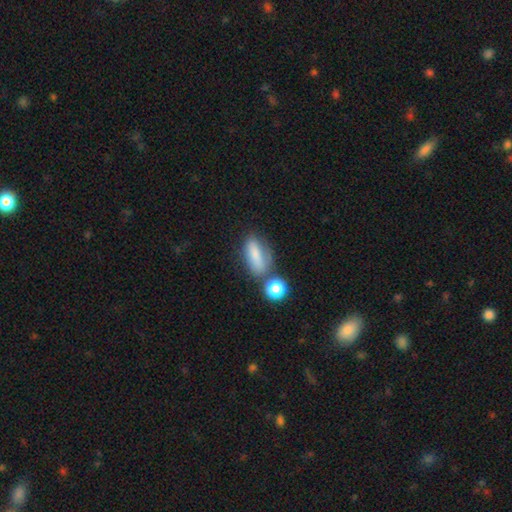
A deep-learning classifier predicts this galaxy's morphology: smooth 73%, featured or disk 16%, star or artifact 11%. Down the decision tree: how rounded — in between (69%); merging — none (53%).